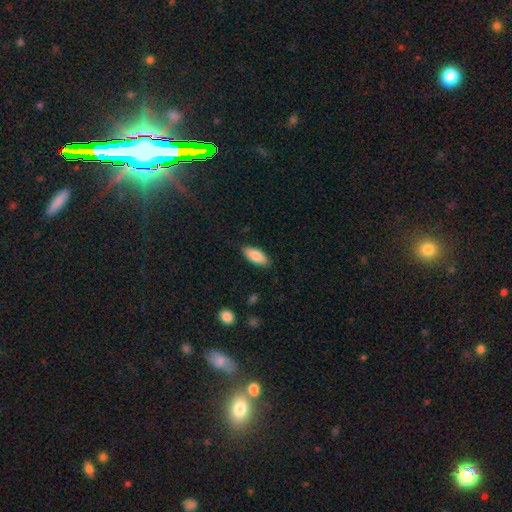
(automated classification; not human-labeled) Smooth or featured? Predicted: smooth (p=0.82). How rounded? Predicted: in between (p=0.81). Merging? Predicted: none (p=0.84).